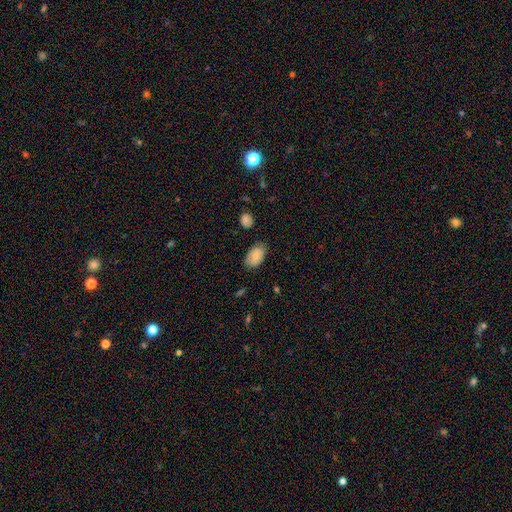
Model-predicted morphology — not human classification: A smooth galaxy with no disk features (79%) that is in between round and cigar-shaped (90%). Merging: none (74%).